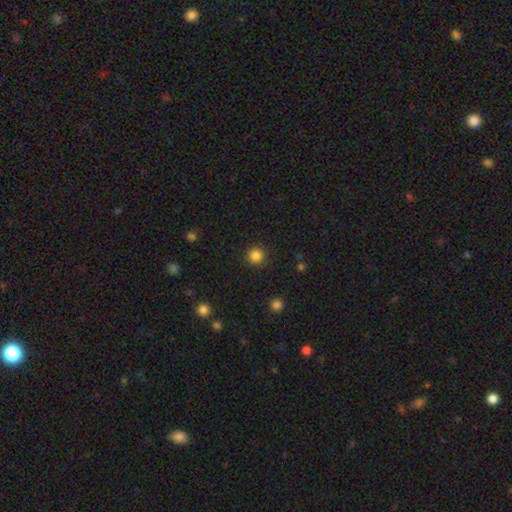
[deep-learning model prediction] Morphology: type=smooth (84%); roundness=round (95%); merging=none (91%).